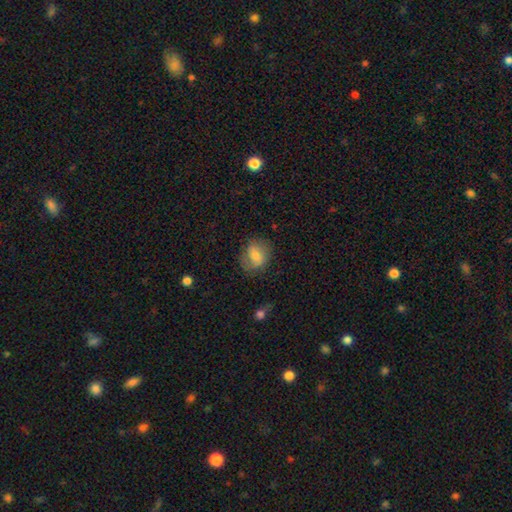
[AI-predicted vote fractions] Q: Smooth or featured?
A: smooth (63%); runner-up: featured or disk (29%)
Q: How rounded?
A: round (55%); runner-up: in between (43%)
Q: Merging?
A: none (70%); runner-up: minor disturbance (20%)